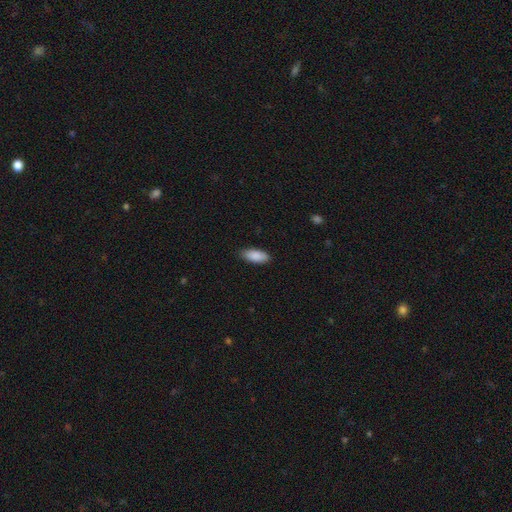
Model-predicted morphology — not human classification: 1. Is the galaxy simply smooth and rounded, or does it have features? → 90% smooth, 6% star or artifact, 5% featured or disk.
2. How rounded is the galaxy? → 86% in between, 12% cigar-shaped, 2% round.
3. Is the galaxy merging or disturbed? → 87% none, 10% minor disturbance, 2% major disturbance, 1% merger.